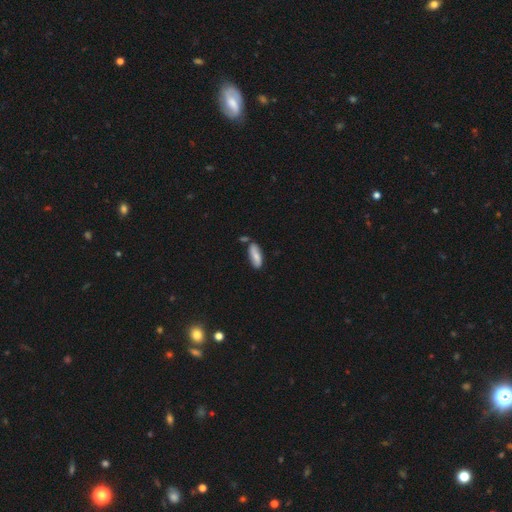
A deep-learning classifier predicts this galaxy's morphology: type=smooth (69%); roundness=in between (74%); merging=none (72%).